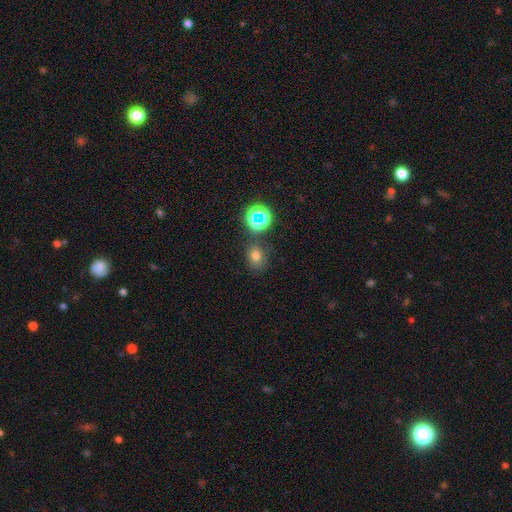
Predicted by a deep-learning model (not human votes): smooth-or-featured: smooth: 67% | star or artifact: 23% | featured or disk: 10%
  how-rounded: round: 66% | in between: 33% | cigar-shaped: 1%
  merging: none: 76% | minor disturbance: 13% | merger: 7% | major disturbance: 4%